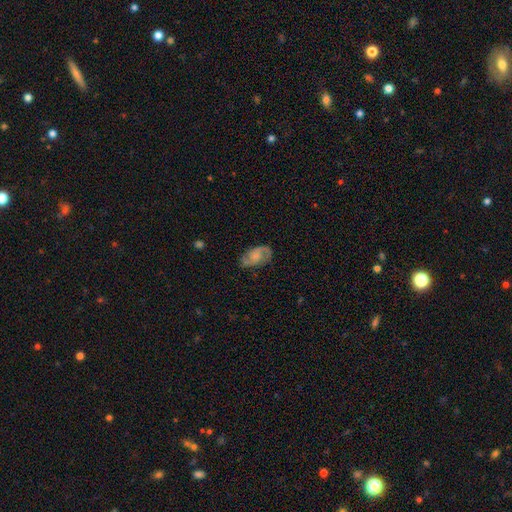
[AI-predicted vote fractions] Morphology: type=featured or disk (69%); edge-on=no (97%); bar=no (62%); spiral arms=yes (93%); winding=medium (46%); arm count=2 (87%); bulge=none (48%); merging=none (74%).